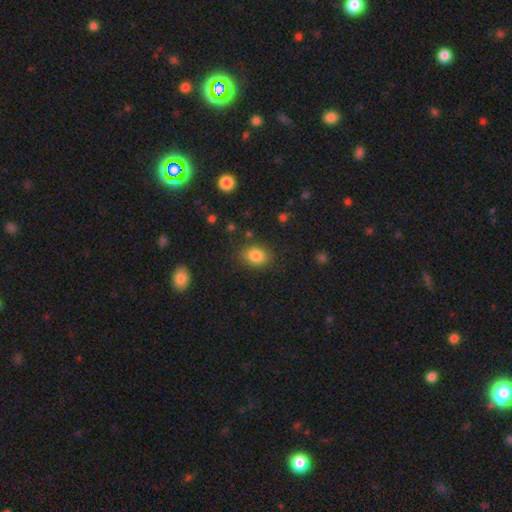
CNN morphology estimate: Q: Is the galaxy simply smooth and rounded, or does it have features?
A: smooth — 83%.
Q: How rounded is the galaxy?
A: in between — 61%.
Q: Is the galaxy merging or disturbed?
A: none — 83%.